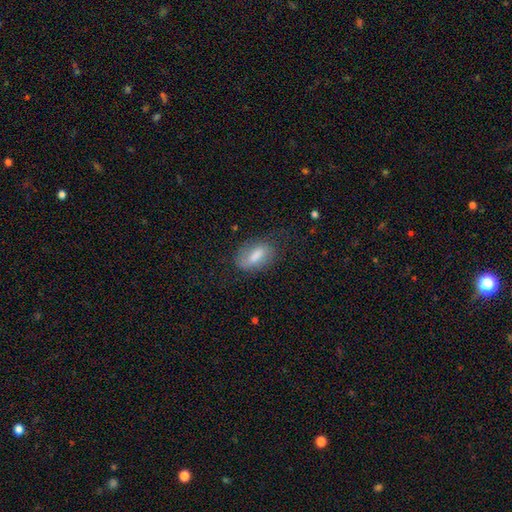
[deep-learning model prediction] smooth_or_featured: smooth (p=0.70) [alt: featured or disk p=0.22]
how_rounded: in between (p=0.86) [alt: cigar-shaped p=0.08]
merging: none (p=0.60) [alt: minor disturbance p=0.25]